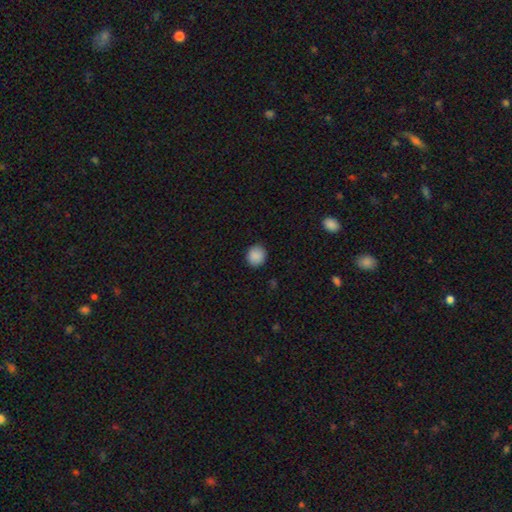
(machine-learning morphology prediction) smooth-or-featured: smooth: 89% | star or artifact: 8% | featured or disk: 3%
  how-rounded: round: 86% | in between: 14% | cigar-shaped: 1%
  merging: none: 90% | minor disturbance: 7% | major disturbance: 2% | merger: 1%